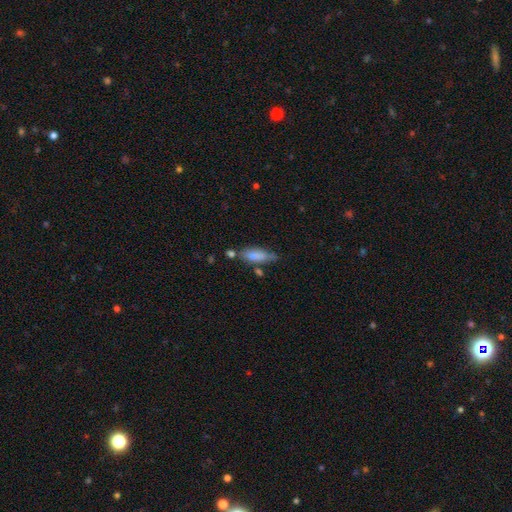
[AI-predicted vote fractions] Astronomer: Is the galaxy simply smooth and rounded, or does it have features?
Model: smooth — 78%.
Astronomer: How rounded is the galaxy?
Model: in between — 57% (runner-up: cigar-shaped, 40%).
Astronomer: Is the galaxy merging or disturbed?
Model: none — 55%.